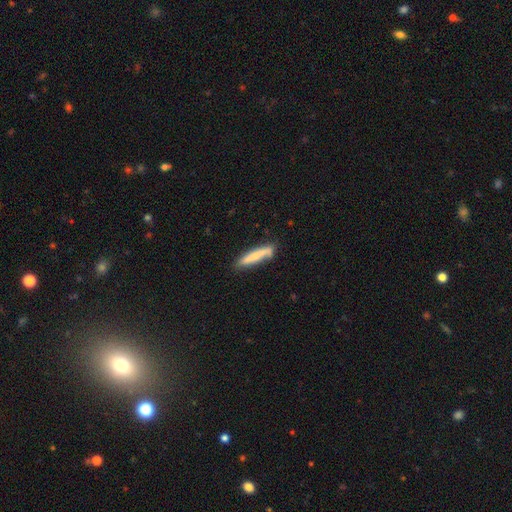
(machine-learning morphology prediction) Overall: smooth (68%). How rounded: cigar-shaped (88%). Merging: none (71%).